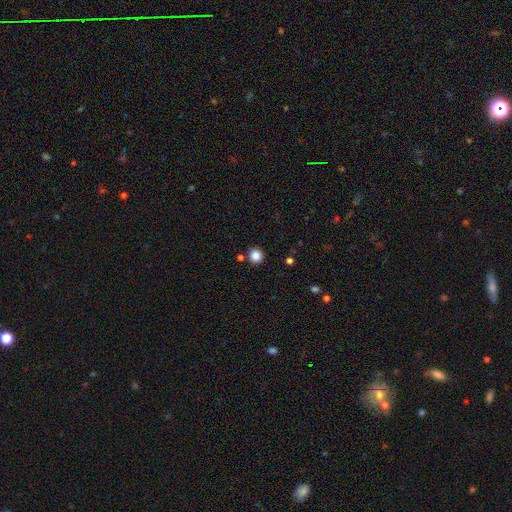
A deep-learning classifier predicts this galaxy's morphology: This appears to be a smooth galaxy with no disk features (86%) that is round (92%). Merging: none (88%).